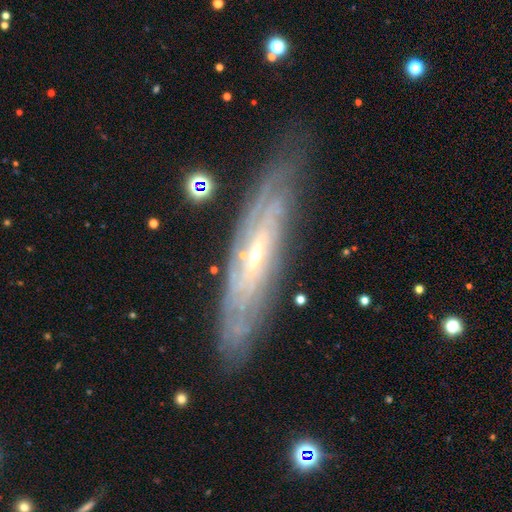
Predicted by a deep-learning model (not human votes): smooth-or-featured: featured or disk: 81% | smooth: 12% | star or artifact: 7%
  disk-edge-on: no: 60% | yes: 40%
  merging: none: 79% | minor disturbance: 15% | major disturbance: 4% | merger: 2%